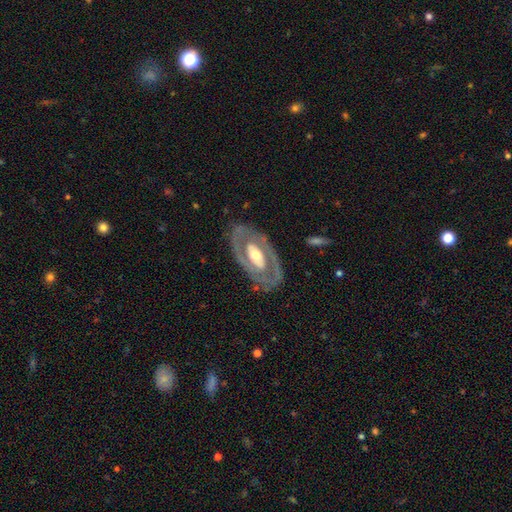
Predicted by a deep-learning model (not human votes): Smooth or featured: featured or disk — 76% (smooth — 19%)
Edge-on disk: no — 91% (yes — 9%)
Bar: no — 54% (weak — 24%)
Spiral arms: no — 56% (yes — 44%)
Bulge size: moderate — 65% (large — 17%)
Merging: none — 81% (minor disturbance — 12%)